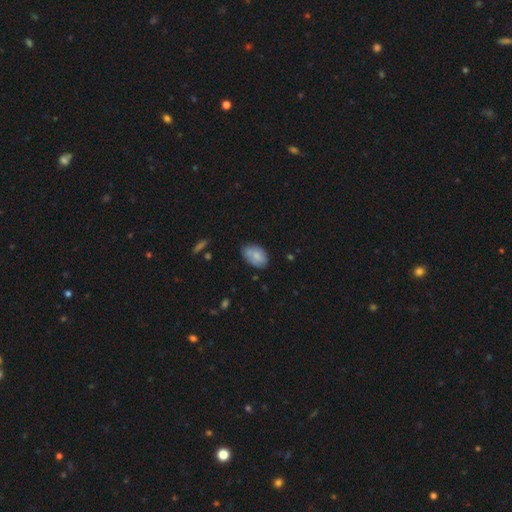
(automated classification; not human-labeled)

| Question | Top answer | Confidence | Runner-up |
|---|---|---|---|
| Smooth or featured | smooth | 74% | featured or disk (19%) |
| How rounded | in between | 90% | round (9%) |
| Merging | none | 60% | minor disturbance (27%) |